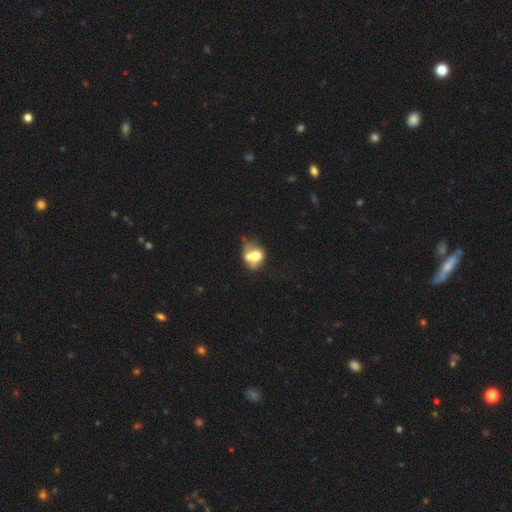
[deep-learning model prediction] Q: Smooth or featured?
A: smooth (53%); runner-up: featured or disk (36%)
Q: How rounded?
A: in between (53%); runner-up: round (45%)
Q: Merging?
A: merger (48%); runner-up: none (25%)